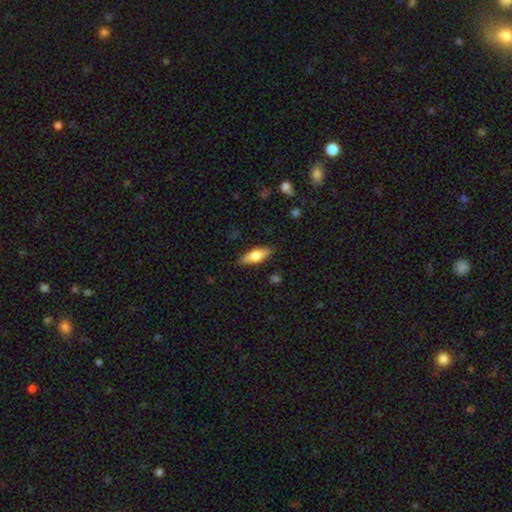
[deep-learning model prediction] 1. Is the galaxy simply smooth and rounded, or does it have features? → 55% smooth, 39% featured or disk, 6% star or artifact.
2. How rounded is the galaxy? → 55% in between, 42% cigar-shaped, 3% round.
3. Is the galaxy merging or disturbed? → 87% none, 10% minor disturbance, 2% major disturbance, 1% merger.